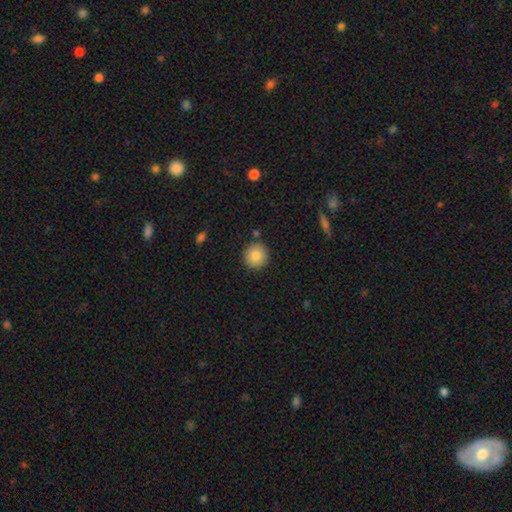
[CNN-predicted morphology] Smooth or featured: smooth — 85% (star or artifact — 8%)
How rounded: round — 94% (in between — 5%)
Merging: none — 88% (minor disturbance — 7%)